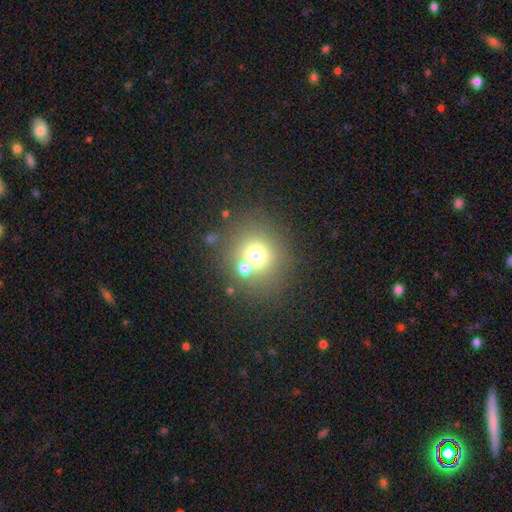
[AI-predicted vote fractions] Smooth or featured?
  - smooth: 66% *
  - star or artifact: 19%
  - featured or disk: 15%
How rounded?
  - round: 88% *
  - in between: 11%
  - cigar-shaped: 1%
Merging?
  - none: 61% *
  - merger: 25%
  - minor disturbance: 8%
  - major disturbance: 5%